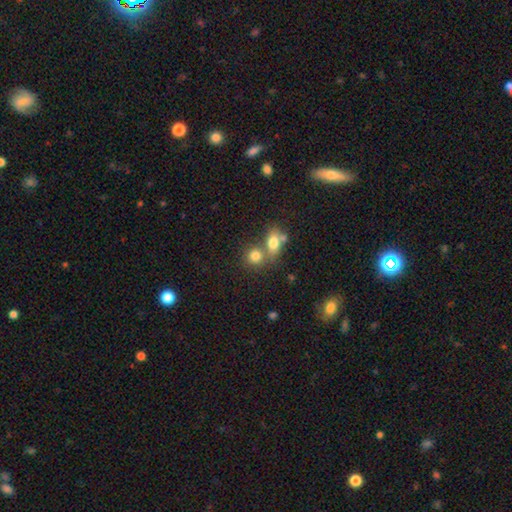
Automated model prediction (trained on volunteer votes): smooth 79%, star or artifact 11%, featured or disk 10%. Down the decision tree: how rounded — round (68%); merging — merger (46%).